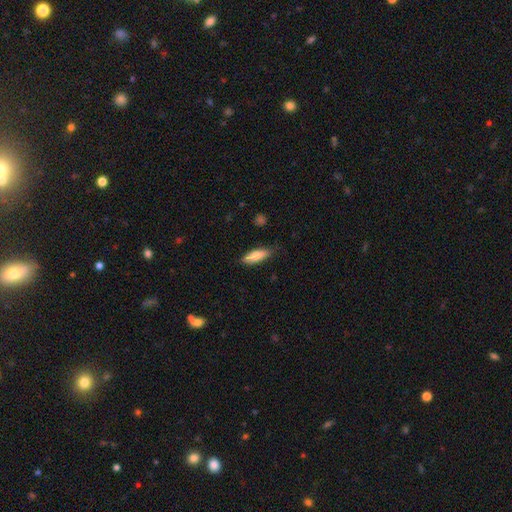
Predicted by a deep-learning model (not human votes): Smooth or featured? Predicted: smooth (p=0.75). How rounded? Predicted: cigar-shaped (p=0.53). Merging? Predicted: none (p=0.83).